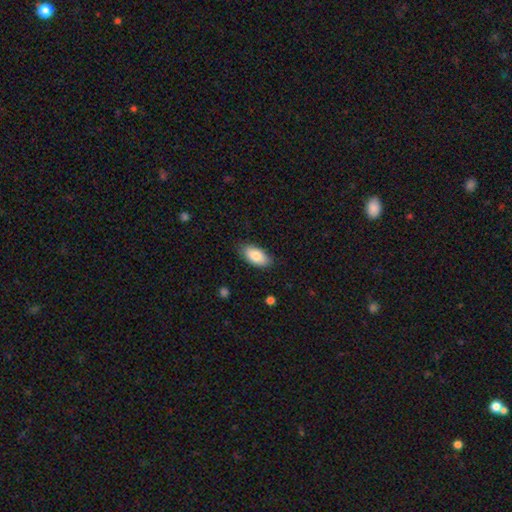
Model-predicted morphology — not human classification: This appears to be a smooth galaxy with no disk features (83%) that is in between round and cigar-shaped (93%). Merging: none (82%).